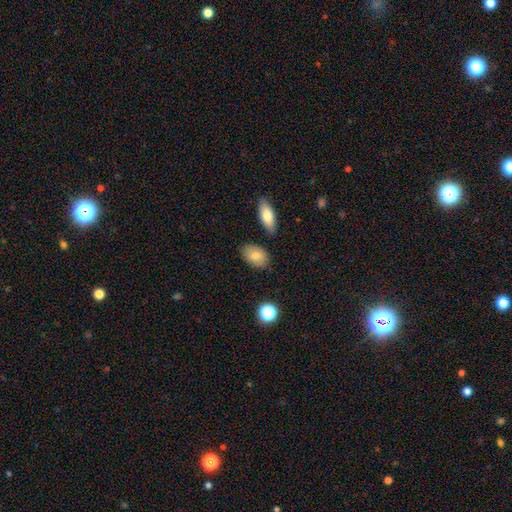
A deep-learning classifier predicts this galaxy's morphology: Smooth or featured? Predicted: smooth (p=0.81). How rounded? Predicted: in between (p=0.86). Merging? Predicted: none (p=0.81).